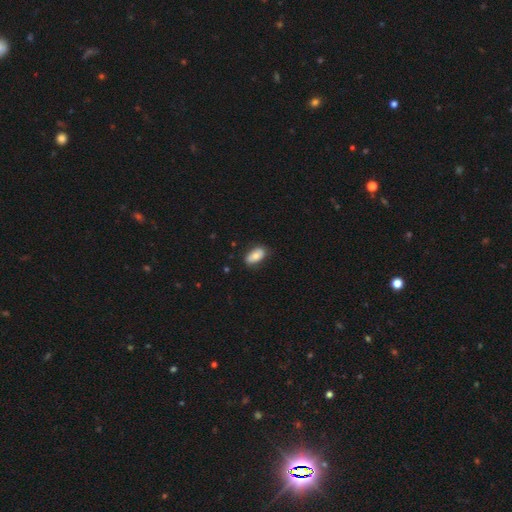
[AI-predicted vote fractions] Morphology: type=smooth (77%); roundness=in between (93%); merging=none (80%).